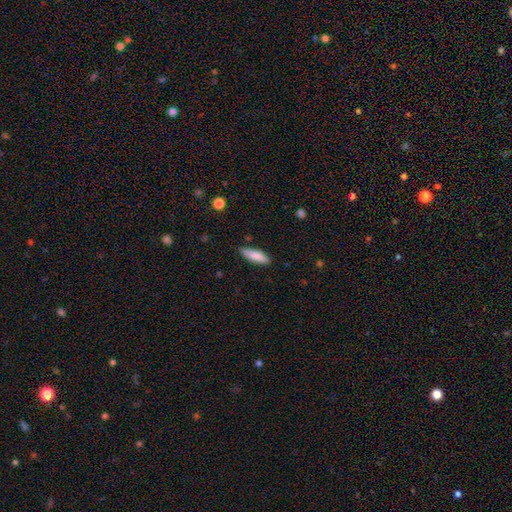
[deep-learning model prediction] Q: Smooth or featured?
A: smooth (85%); runner-up: featured or disk (9%)
Q: How rounded?
A: cigar-shaped (53%); runner-up: in between (45%)
Q: Merging?
A: none (83%); runner-up: minor disturbance (13%)